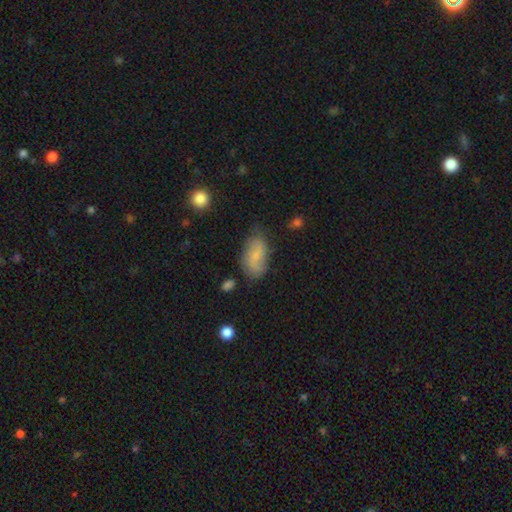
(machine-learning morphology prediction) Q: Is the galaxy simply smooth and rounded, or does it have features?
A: smooth — 66%.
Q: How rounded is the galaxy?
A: in between — 92%.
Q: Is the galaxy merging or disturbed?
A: none — 62%.